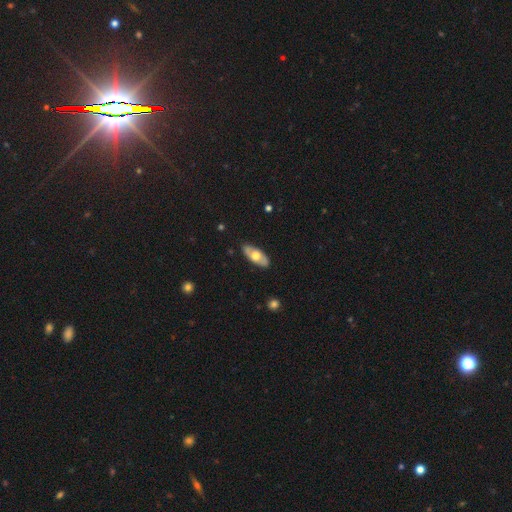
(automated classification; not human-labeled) This is possibly a smooth galaxy (52%). How rounded: clearly in between (83%). Merging: clearly none (85%).